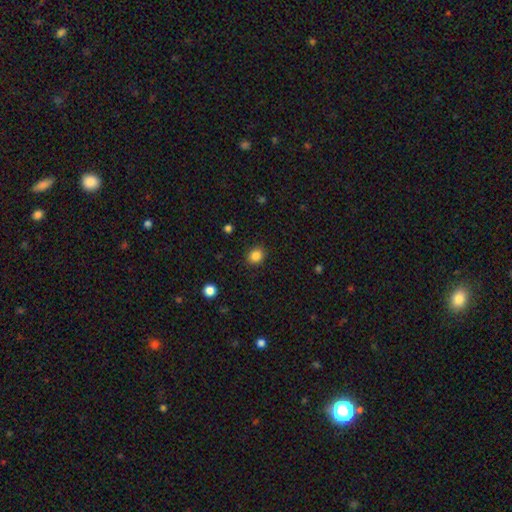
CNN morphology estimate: smooth_or_featured: smooth (p=0.85) [alt: star or artifact p=0.11]
how_rounded: round (p=0.71) [alt: in between p=0.29]
merging: none (p=0.90) [alt: minor disturbance p=0.07]